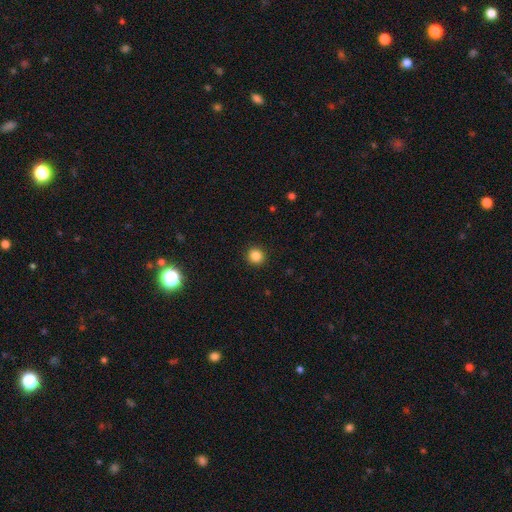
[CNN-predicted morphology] The model was most divided on "smooth or featured": smooth: 85%, star or artifact: 11%, featured or disk: 4%. More confident: how rounded — round (92%); merging — none (92%).